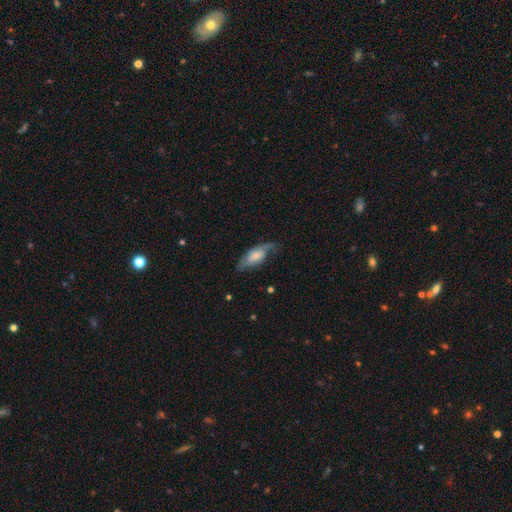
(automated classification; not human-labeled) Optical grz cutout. It shows a smooth galaxy with no disk features (47%, tied with featured or disk). Merging: none (50%).